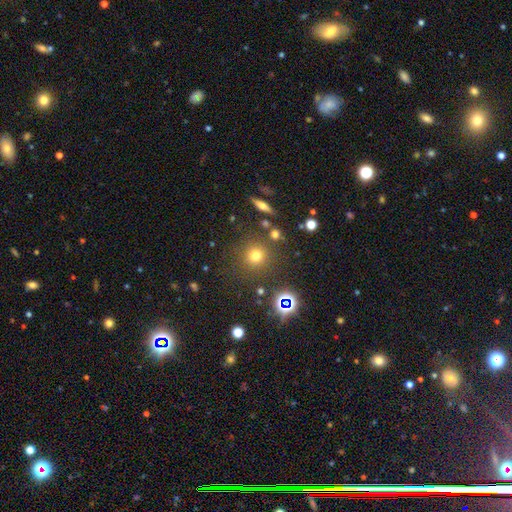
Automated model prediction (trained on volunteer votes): Morphology: type=smooth (66%); roundness=round (93%); merging=none (83%).